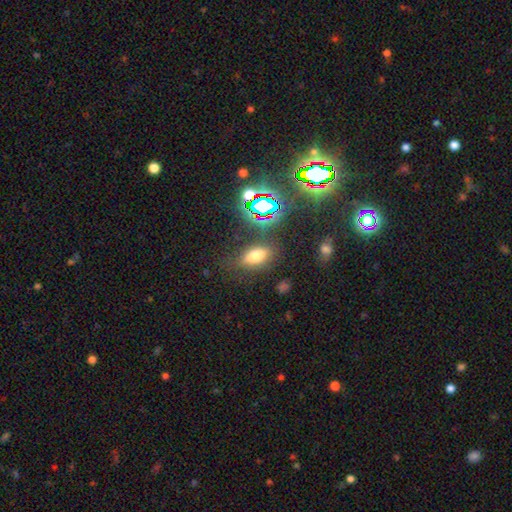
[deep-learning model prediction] A smooth galaxy with no disk features (66%) that is in between round and cigar-shaped (80%).

Vote fractions:
- Smooth or featured? smooth: 66% / star or artifact: 21% / featured or disk: 13%
- How rounded? in between: 80% / cigar-shaped: 12% / round: 8%
- Merging? none: 79% / minor disturbance: 12% / major disturbance: 5% / merger: 4%